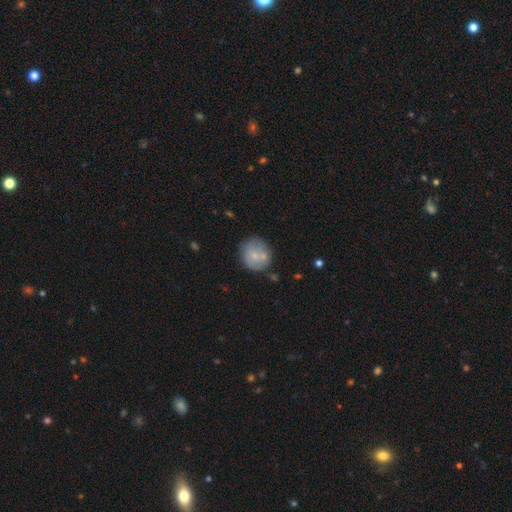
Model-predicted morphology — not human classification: Q: Smooth or featured?
A: smooth (60%); runner-up: featured or disk (33%)
Q: How rounded?
A: round (83%); runner-up: in between (16%)
Q: Merging?
A: none (59%); runner-up: minor disturbance (20%)